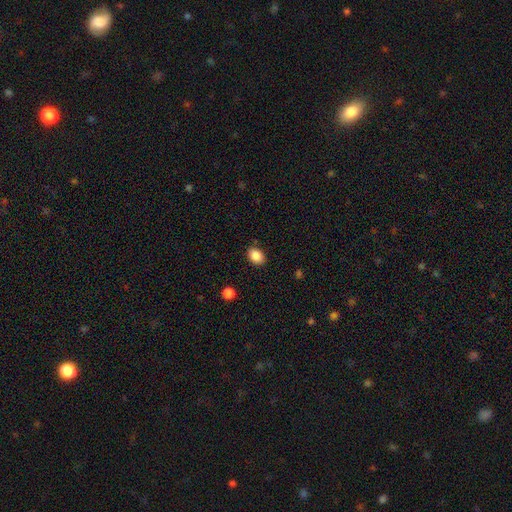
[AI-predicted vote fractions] Q: Smooth or featured?
A: smooth (87%); runner-up: star or artifact (9%)
Q: How rounded?
A: in between (72%); runner-up: round (27%)
Q: Merging?
A: none (85%); runner-up: minor disturbance (11%)